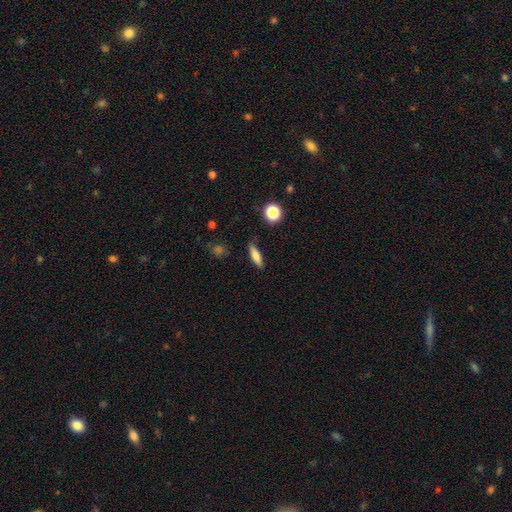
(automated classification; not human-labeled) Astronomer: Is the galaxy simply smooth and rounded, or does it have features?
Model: smooth — 74%.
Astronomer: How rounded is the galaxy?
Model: cigar-shaped — 63%.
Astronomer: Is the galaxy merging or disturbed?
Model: none — 83%.